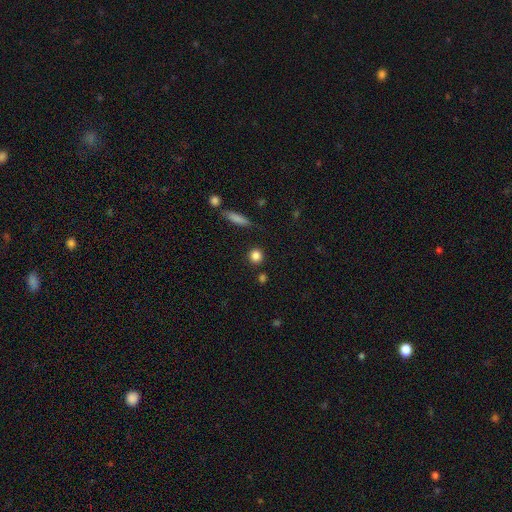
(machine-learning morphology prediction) Smooth or featured?
  - smooth: 84% *
  - star or artifact: 10%
  - featured or disk: 5%
How rounded?
  - round: 89% *
  - in between: 9%
  - cigar-shaped: 2%
Merging?
  - none: 86% *
  - minor disturbance: 7%
  - merger: 4%
  - major disturbance: 3%